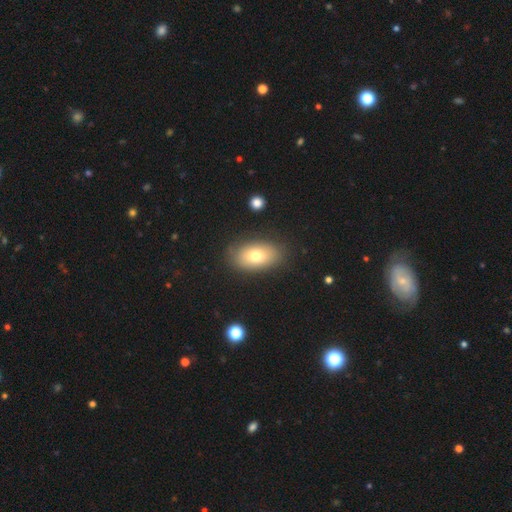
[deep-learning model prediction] smooth 75%, featured or disk 17%, star or artifact 9%. Down the decision tree: how rounded — in between (90%); merging — none (83%).